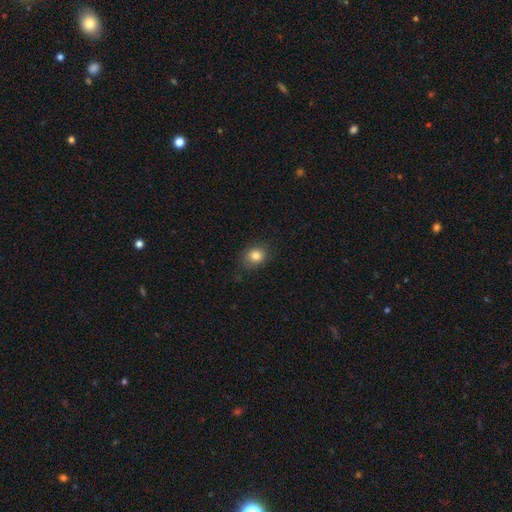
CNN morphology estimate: Smooth or featured? Predicted: smooth (p=0.83). How rounded? Predicted: round (p=0.65). Merging? Predicted: none (p=0.79).